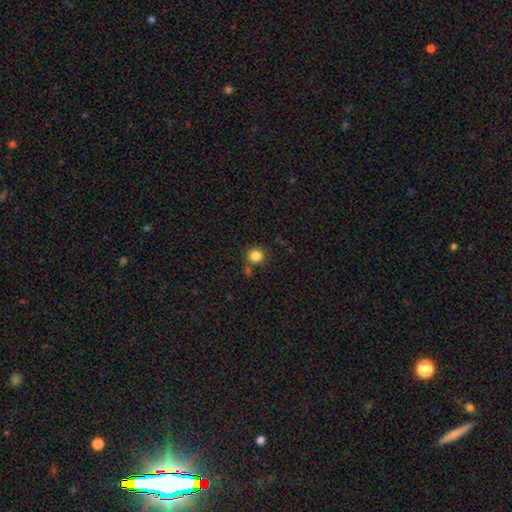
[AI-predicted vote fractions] smooth 84%, star or artifact 11%, featured or disk 5%. Down the decision tree: how rounded — round (87%); merging — none (75%).